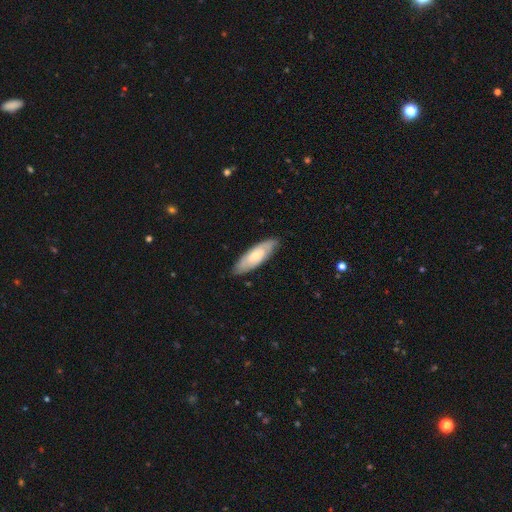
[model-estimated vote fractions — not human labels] smooth 52%, featured or disk 42%, star or artifact 6%. Down the decision tree: how rounded — in between (55%); merging — none (81%).